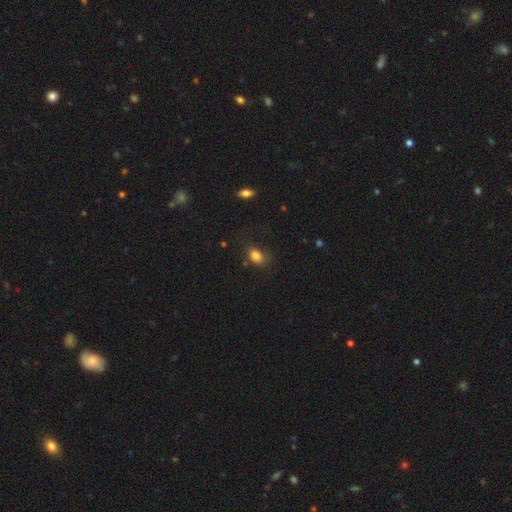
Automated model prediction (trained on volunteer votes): smooth 83%, star or artifact 10%, featured or disk 6%. Down the decision tree: how rounded — in between (73%); merging — none (64%).